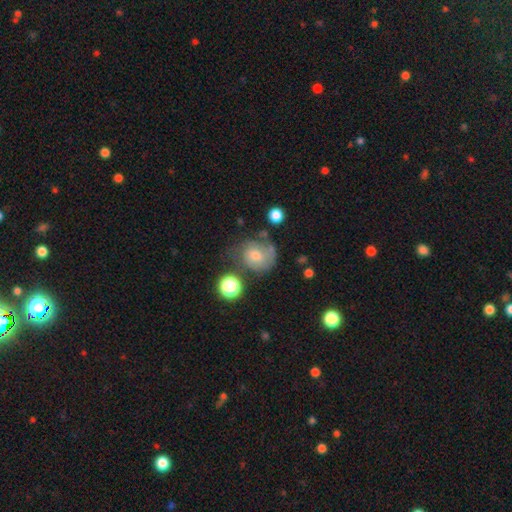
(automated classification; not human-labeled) Q: Smooth or featured?
A: smooth (46%); runner-up: featured or disk (41%)
Q: Merging?
A: none (51%); runner-up: minor disturbance (24%)